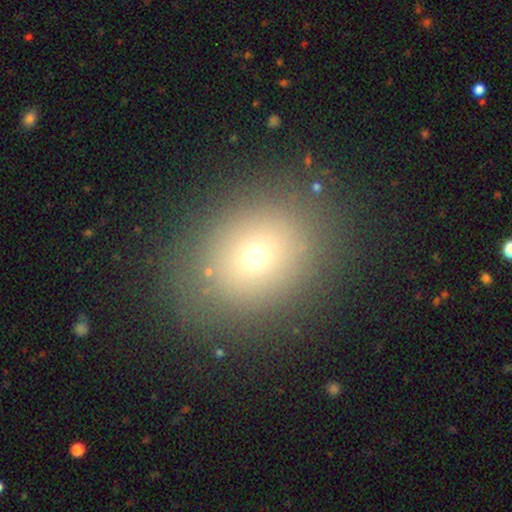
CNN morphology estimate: Overall: smooth (66%). How rounded: round (54%; in between 45%). Merging: none (84%).